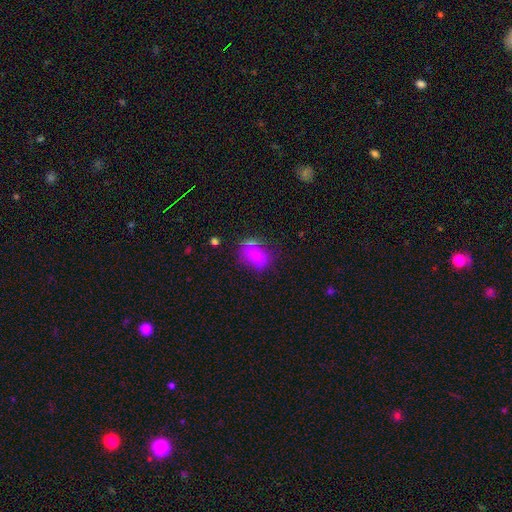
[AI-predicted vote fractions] This appears to be a smooth galaxy with no disk features (76%) that is in between round and cigar-shaped (77%). Merging: none (56%).